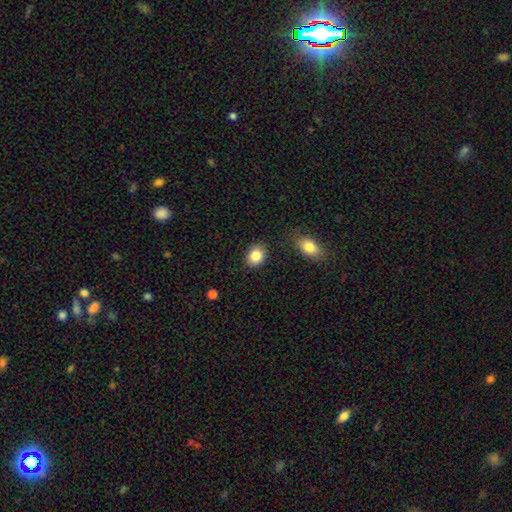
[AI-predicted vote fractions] A smooth galaxy with no disk features (85%) that is in between round and cigar-shaped (53%).

Vote fractions:
- Smooth or featured? smooth: 85% / star or artifact: 8% / featured or disk: 6%
- How rounded? in between: 53% / round: 46% / cigar-shaped: 1%
- Merging? none: 86% / minor disturbance: 9% / merger: 3% / major disturbance: 3%